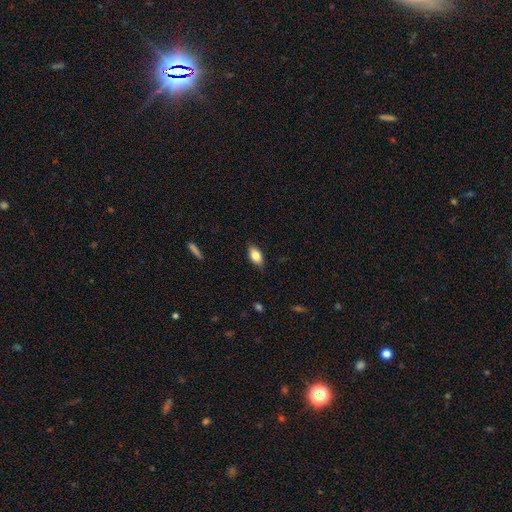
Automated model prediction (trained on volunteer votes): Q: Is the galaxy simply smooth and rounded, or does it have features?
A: smooth — 82%.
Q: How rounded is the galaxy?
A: in between — 89%.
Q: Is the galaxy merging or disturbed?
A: none — 82%.